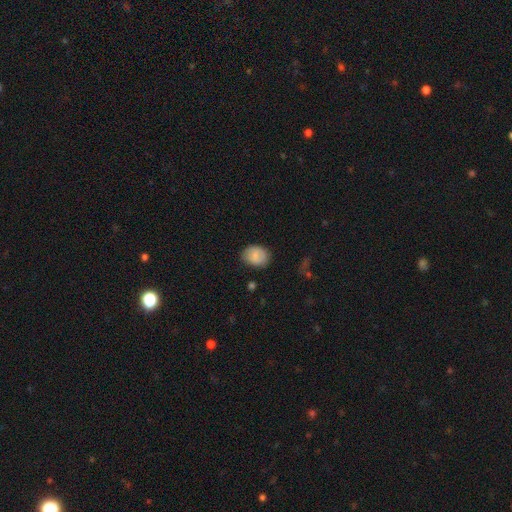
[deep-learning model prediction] smooth 80%, featured or disk 13%, star or artifact 8%. Down the decision tree: how rounded — in between (58%); merging — none (79%).